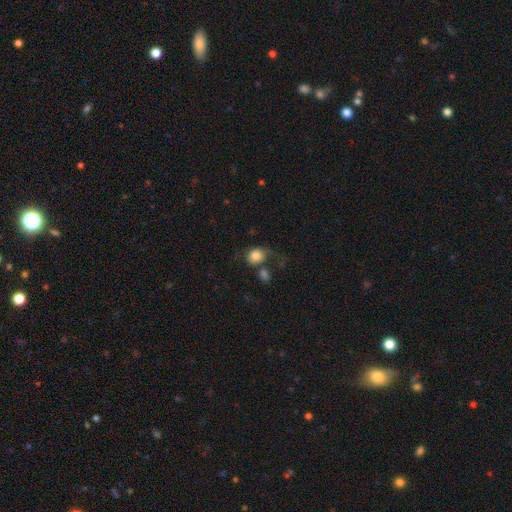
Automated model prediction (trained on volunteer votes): Smooth or featured? smooth (78%)
How rounded? round (64%)
Merging? none (34%)